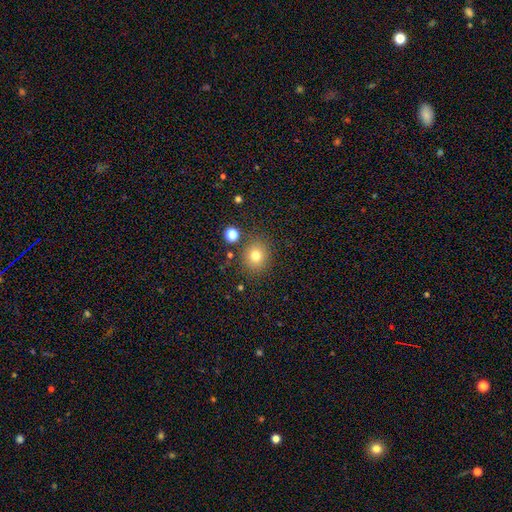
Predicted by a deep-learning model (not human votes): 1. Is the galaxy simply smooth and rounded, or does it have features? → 78% smooth, 14% star or artifact, 8% featured or disk.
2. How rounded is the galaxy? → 82% round, 17% in between, 1% cigar-shaped.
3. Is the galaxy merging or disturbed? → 85% none, 8% minor disturbance, 4% merger, 3% major disturbance.